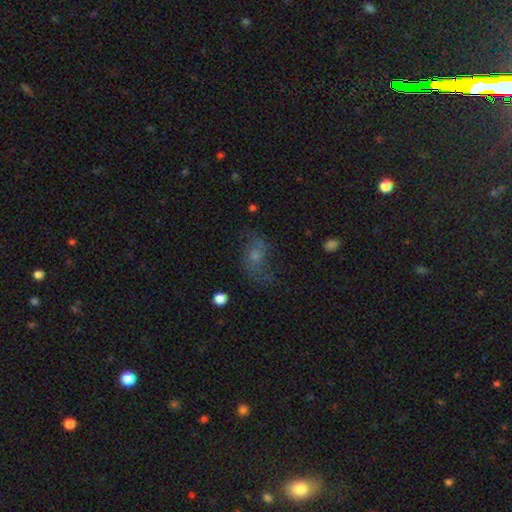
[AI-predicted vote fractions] featured or disk 51%, smooth 33%, star or artifact 16%. Down the decision tree: edge-on disk — no (95%); merging — none (56%).